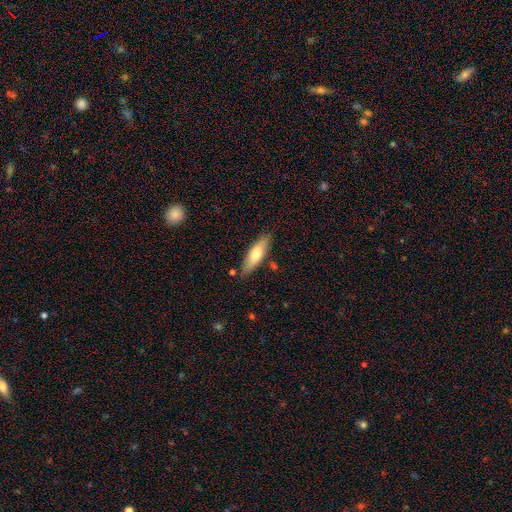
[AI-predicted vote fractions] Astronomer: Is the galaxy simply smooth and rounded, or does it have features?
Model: smooth — 63%.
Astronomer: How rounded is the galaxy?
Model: cigar-shaped — 56% (runner-up: in between, 42%).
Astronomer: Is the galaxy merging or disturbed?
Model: none — 82%.